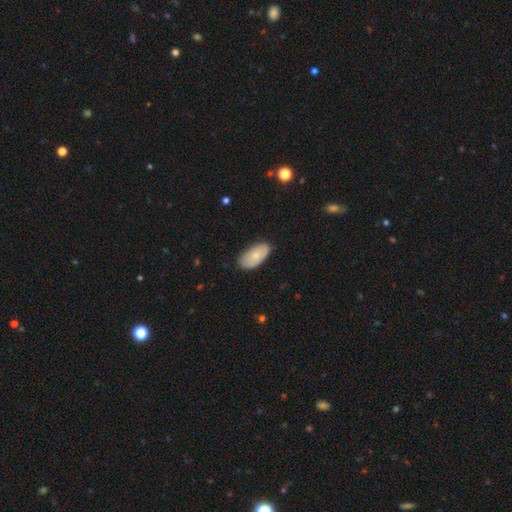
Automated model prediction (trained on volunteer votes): Smooth or featured? smooth (74%)
How rounded? in between (94%)
Merging? none (77%)